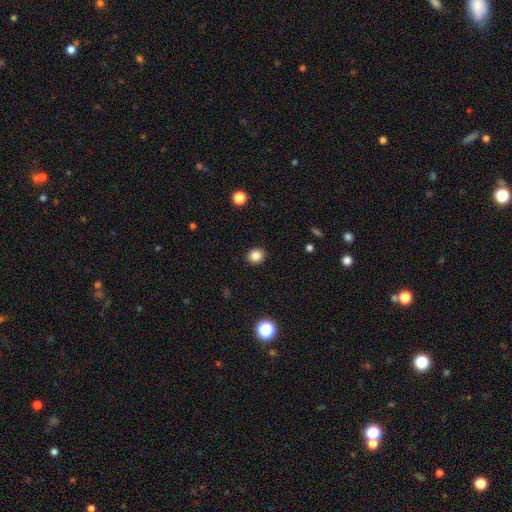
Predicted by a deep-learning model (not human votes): Smooth or featured?
  - smooth: 84% *
  - star or artifact: 11%
  - featured or disk: 5%
How rounded?
  - round: 76% *
  - in between: 23%
  - cigar-shaped: 1%
Merging?
  - none: 91% *
  - minor disturbance: 6%
  - major disturbance: 2%
  - merger: 1%